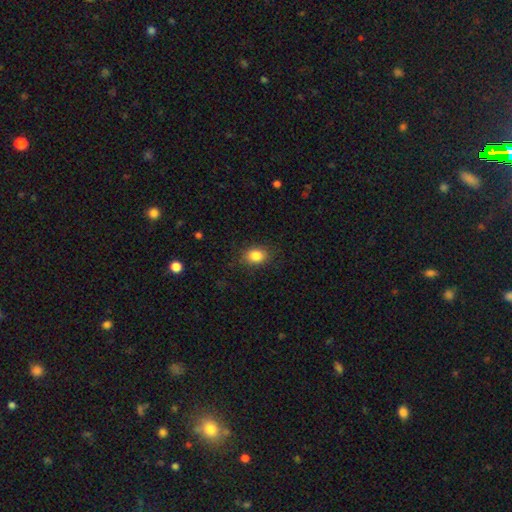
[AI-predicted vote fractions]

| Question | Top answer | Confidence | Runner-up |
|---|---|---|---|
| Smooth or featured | smooth | 85% | star or artifact (9%) |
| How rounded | in between | 65% | round (34%) |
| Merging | none | 84% | minor disturbance (11%) |